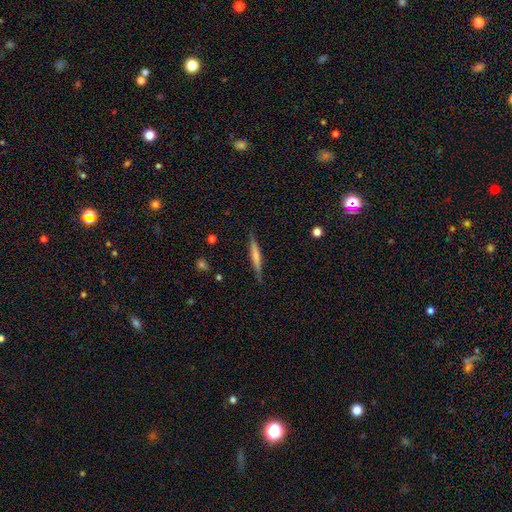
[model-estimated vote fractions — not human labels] A smooth galaxy with no disk features (51%) that is cigar-shaped (93%).

Vote fractions:
- Smooth or featured? smooth: 51% / featured or disk: 43% / star or artifact: 6%
- How rounded? cigar-shaped: 93% / in between: 5% / round: 1%
- Merging? none: 86% / minor disturbance: 10% / major disturbance: 2% / merger: 1%